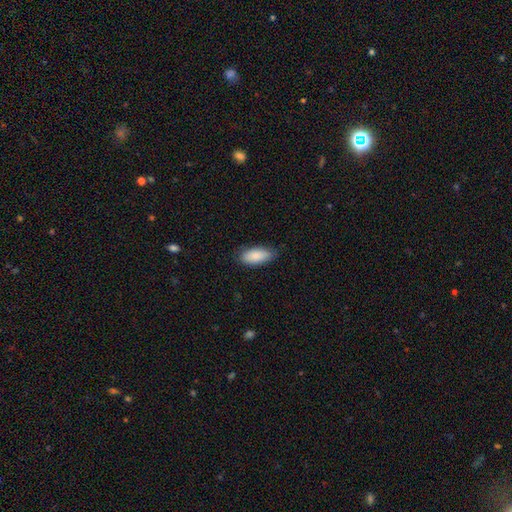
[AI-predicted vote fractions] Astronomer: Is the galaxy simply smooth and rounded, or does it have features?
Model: smooth — 87%.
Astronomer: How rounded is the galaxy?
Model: in between — 86%.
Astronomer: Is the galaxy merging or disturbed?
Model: none — 80%.